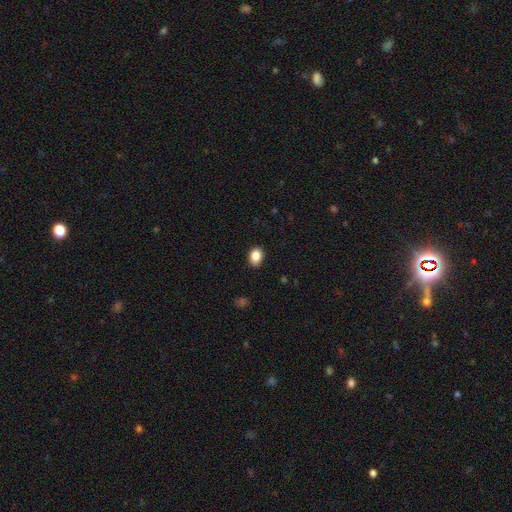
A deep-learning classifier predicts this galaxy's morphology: smooth-or-featured: smooth: 87% | star or artifact: 9% | featured or disk: 4%
  how-rounded: in between: 67% | round: 32% | cigar-shaped: 1%
  merging: none: 88% | minor disturbance: 9% | major disturbance: 2% | merger: 1%